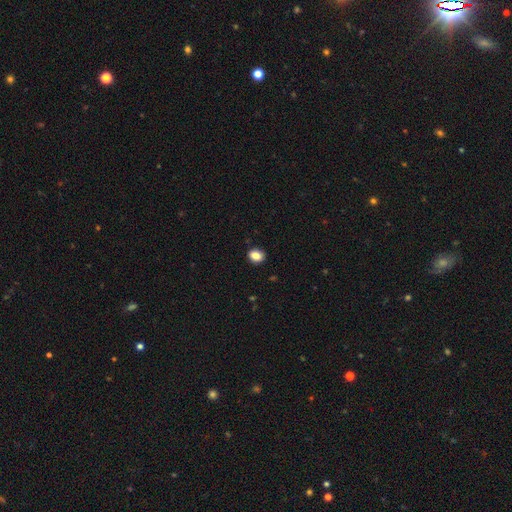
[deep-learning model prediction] A smooth galaxy with no disk features (86%) that is in between round and cigar-shaped (53%). Merging: none (89%).